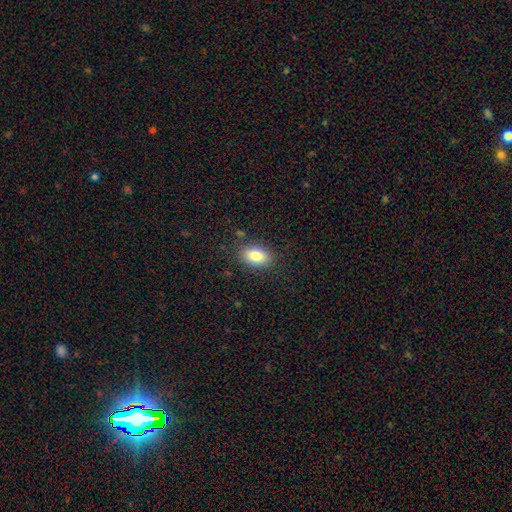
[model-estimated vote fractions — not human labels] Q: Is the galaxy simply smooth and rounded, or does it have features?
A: smooth — 83%.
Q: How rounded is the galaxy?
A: in between — 88%.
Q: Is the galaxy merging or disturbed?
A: none — 85%.